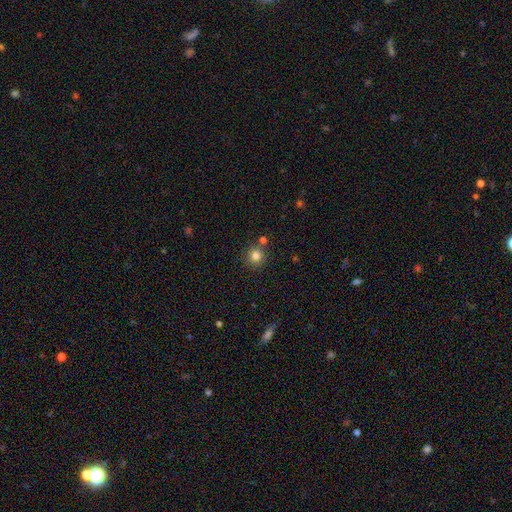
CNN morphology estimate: Overall: smooth (81%). How rounded: round (92%). Merging: none (79%).